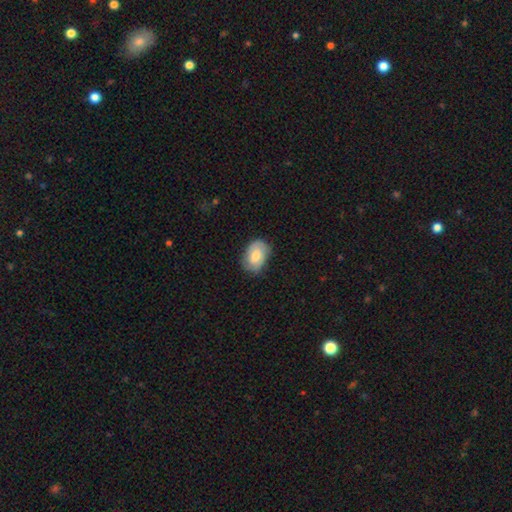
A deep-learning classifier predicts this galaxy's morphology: type=smooth (56%); roundness=in between (79%); merging=none (72%).